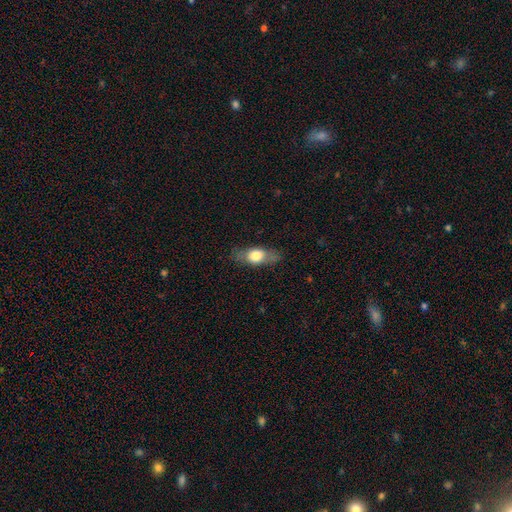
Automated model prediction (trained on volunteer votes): Smooth or featured?
  - smooth: 64% *
  - featured or disk: 29%
  - star or artifact: 7%
How rounded?
  - in between: 70% *
  - cigar-shaped: 21%
  - round: 10%
Merging?
  - none: 76% *
  - minor disturbance: 17%
  - major disturbance: 6%
  - merger: 1%